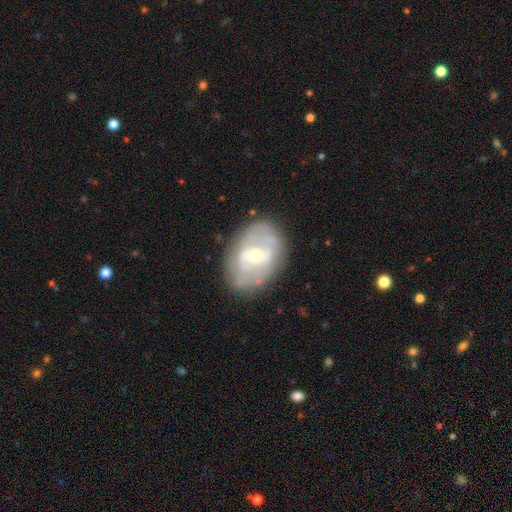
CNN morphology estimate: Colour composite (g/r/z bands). It shows a featured or disk galaxy (72%) with a weak bar (47%), spiral arms (61%) and a moderate central bulge (55%). Merging: none (74%).